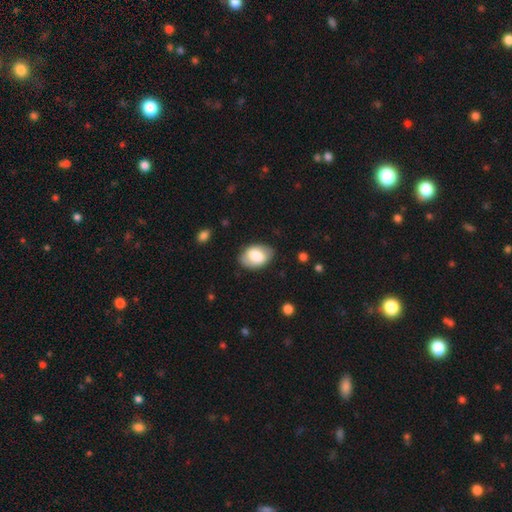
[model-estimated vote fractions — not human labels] This appears to be a smooth galaxy with no disk features (73%) that is in between round and cigar-shaped (88%). Merging: none (81%).